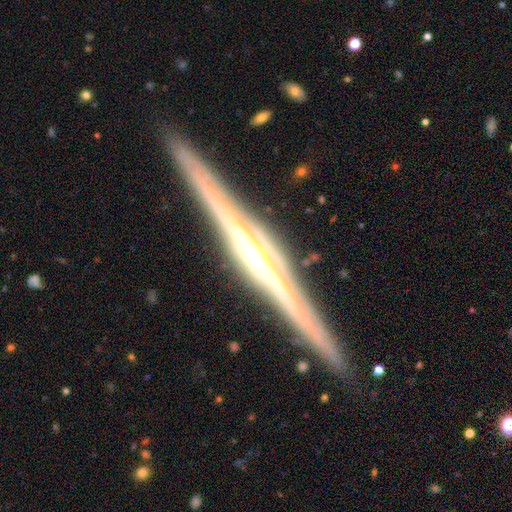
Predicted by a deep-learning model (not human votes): Overall: featured or disk (89%). Edge-on disk: yes (98%). Edge-on bulge: rounded (65%). Merging: none (92%).